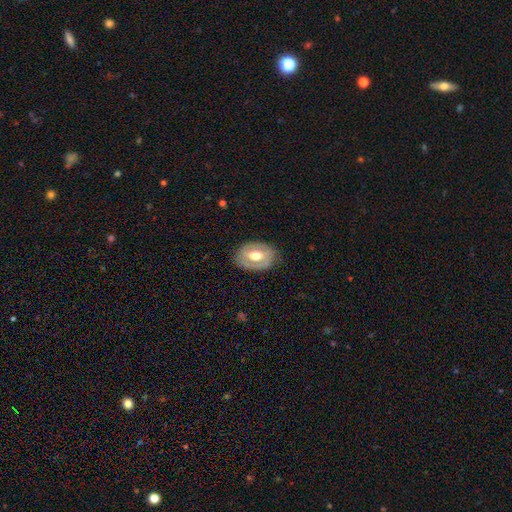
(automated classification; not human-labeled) smooth_or_featured: featured or disk (p=0.55) [alt: smooth p=0.39]
disk_edge_on: no (p=0.92) [alt: yes p=0.08]
bar: no (p=0.48) [alt: weak p=0.34]
has_spiral_arms: no (p=0.63) [alt: yes p=0.37]
bulge_size: moderate (p=0.73) [alt: large p=0.18]
merging: none (p=0.78) [alt: minor disturbance p=0.16]